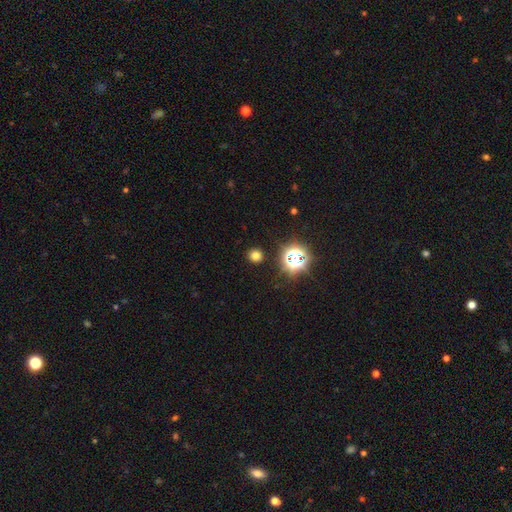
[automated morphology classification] A smooth galaxy with no disk features (69%) that is round (88%). Merging: none (90%).